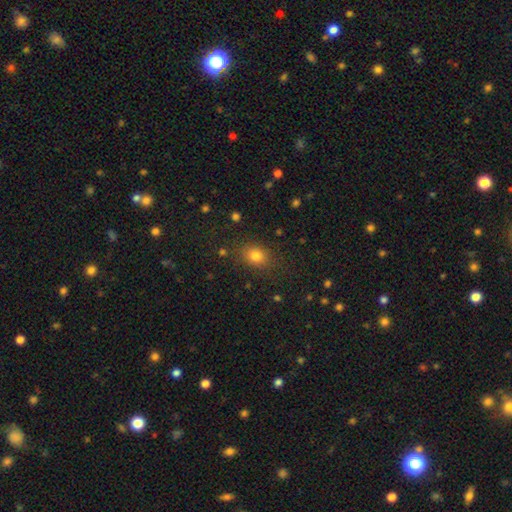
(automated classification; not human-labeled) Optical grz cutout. It shows a smooth galaxy with no disk features (80%) that is in between round and cigar-shaped (54%). Merging: none (83%).